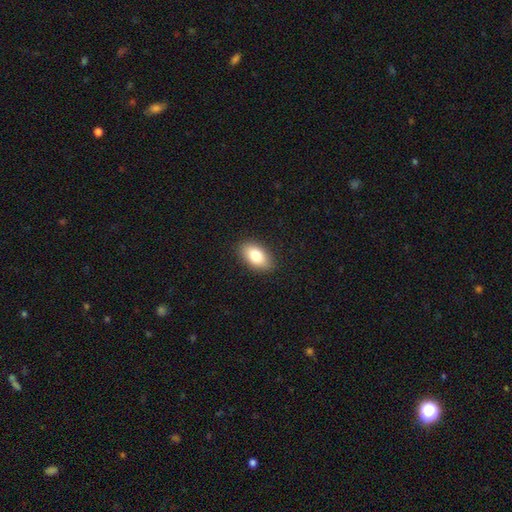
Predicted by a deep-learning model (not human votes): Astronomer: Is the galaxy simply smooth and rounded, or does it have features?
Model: smooth — 80%.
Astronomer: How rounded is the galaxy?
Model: in between — 92%.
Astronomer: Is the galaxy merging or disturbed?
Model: none — 89%.